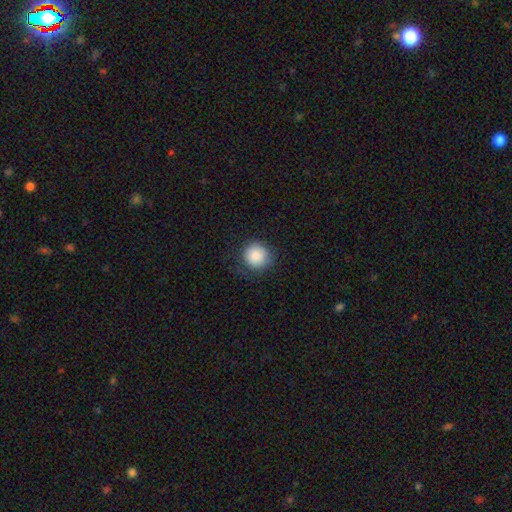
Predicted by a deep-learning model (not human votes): Q: Smooth or featured?
A: smooth (86%); runner-up: star or artifact (9%)
Q: How rounded?
A: round (93%); runner-up: in between (6%)
Q: Merging?
A: none (79%); runner-up: minor disturbance (15%)